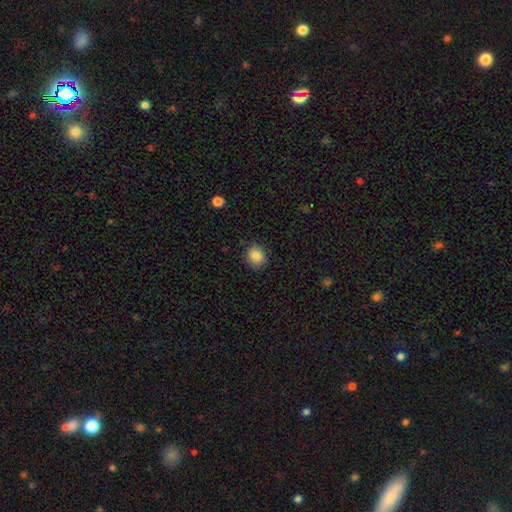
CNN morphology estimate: smooth 86%, star or artifact 9%, featured or disk 4%. Down the decision tree: how rounded — round (76%); merging — none (87%).